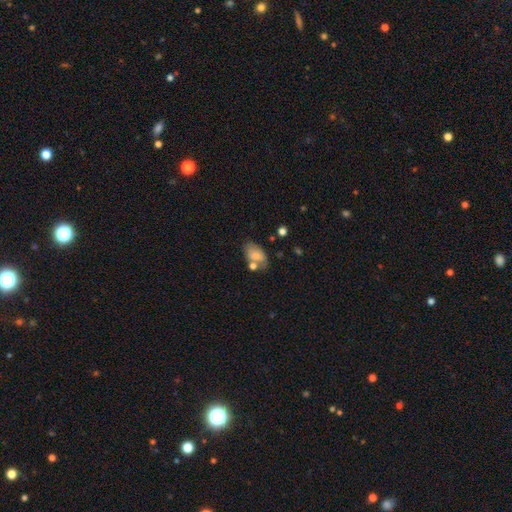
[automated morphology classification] smooth 73%, featured or disk 19%, star or artifact 9%. Down the decision tree: how rounded — in between (90%); merging — none (51%).